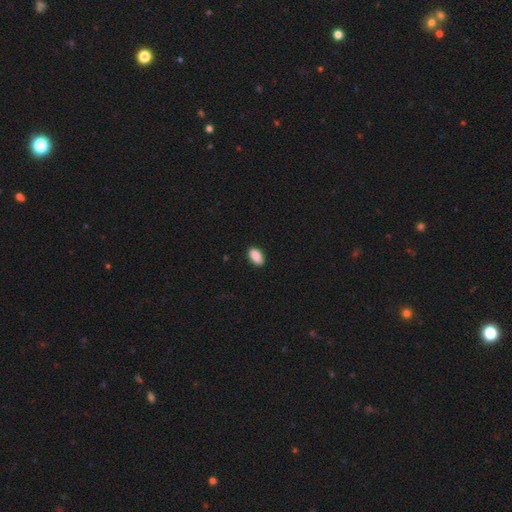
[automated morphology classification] This is clearly a smooth galaxy (88%). How rounded: clearly in between (93%). Merging: clearly none (84%).